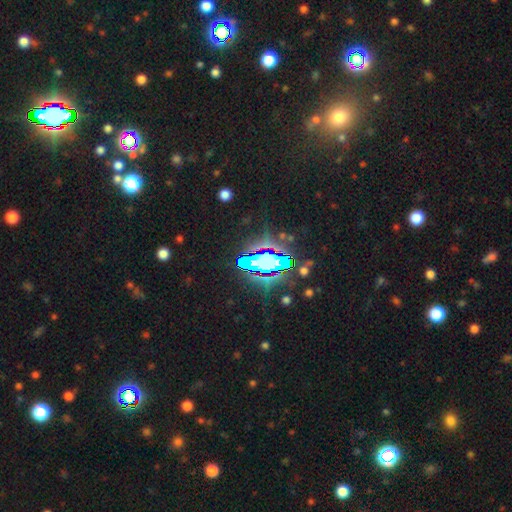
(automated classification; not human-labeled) smooth_or_featured: star or artifact (p=0.82) [alt: smooth p=0.10]